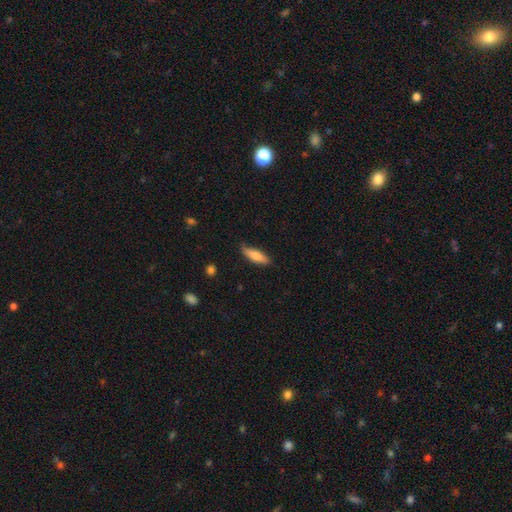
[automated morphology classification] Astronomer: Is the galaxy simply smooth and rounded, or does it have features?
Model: smooth — 78%.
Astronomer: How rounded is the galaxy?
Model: cigar-shaped — 52% (runner-up: in between, 46%).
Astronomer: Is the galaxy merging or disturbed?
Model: none — 75%.